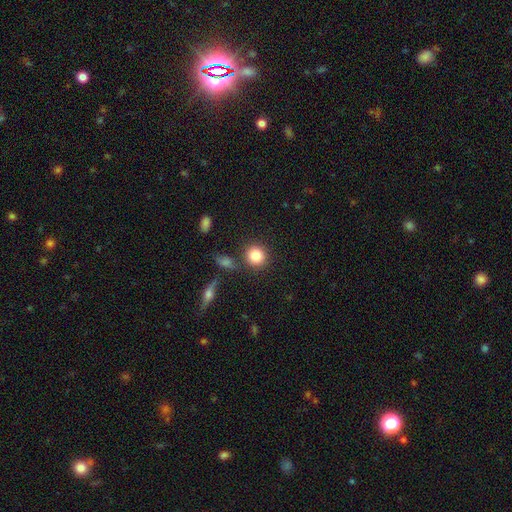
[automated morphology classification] smooth_or_featured: smooth (p=0.84) [alt: star or artifact p=0.09]
how_rounded: round (p=0.85) [alt: in between p=0.14]
merging: none (p=0.80) [alt: minor disturbance p=0.09]